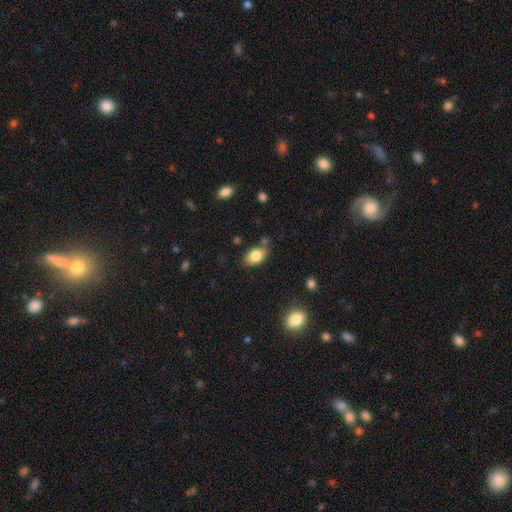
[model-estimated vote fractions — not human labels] Smooth or featured? Predicted: smooth (p=0.82). How rounded? Predicted: in between (p=0.87). Merging? Predicted: none (p=0.73).